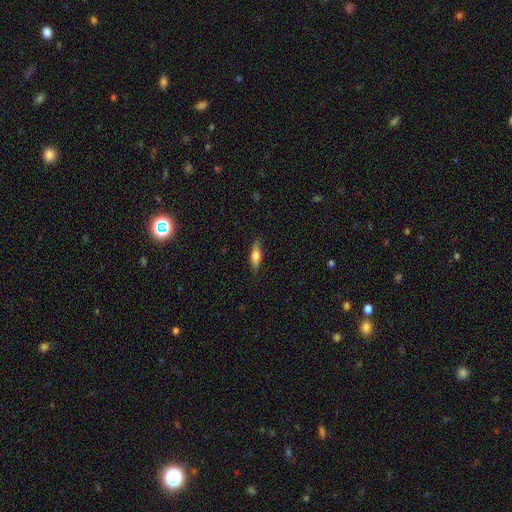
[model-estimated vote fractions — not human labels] Smooth or featured? smooth (65%)
How rounded? cigar-shaped (54%)
Merging? none (82%)